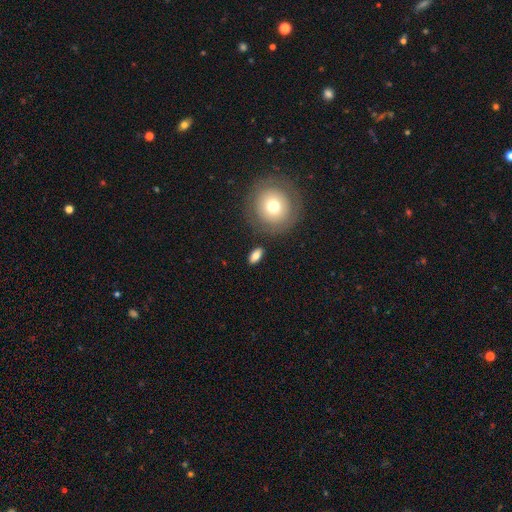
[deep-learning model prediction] Smooth or featured? Predicted: smooth (p=0.79). How rounded? Predicted: in between (p=0.80). Merging? Predicted: none (p=0.83).